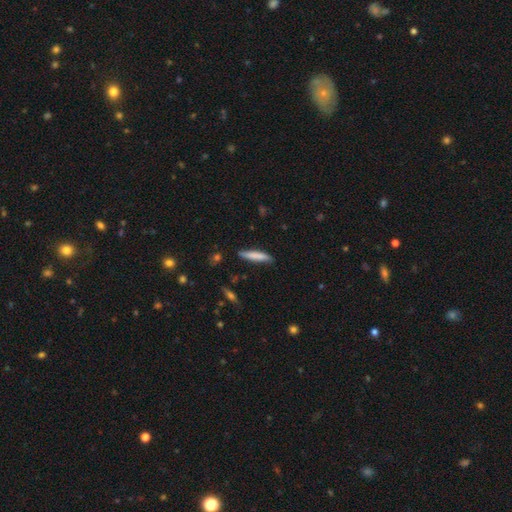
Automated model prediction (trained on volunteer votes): This appears to be a smooth galaxy with no disk features (76%) that is cigar-shaped (89%). Merging: none (84%).